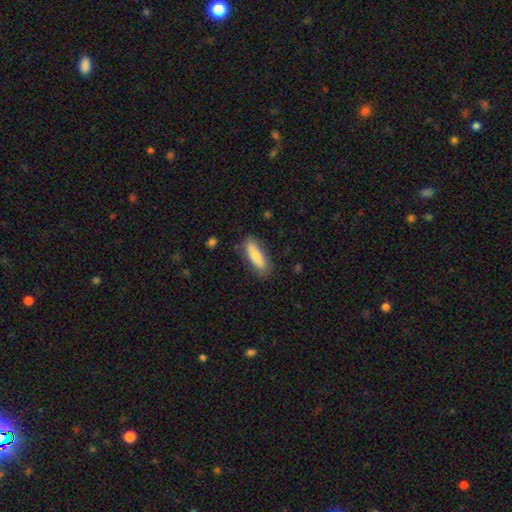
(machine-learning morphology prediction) smooth_or_featured: smooth (p=0.79) [alt: featured or disk p=0.15]
how_rounded: in between (p=0.52) [alt: cigar-shaped p=0.46]
merging: none (p=0.79) [alt: minor disturbance p=0.16]